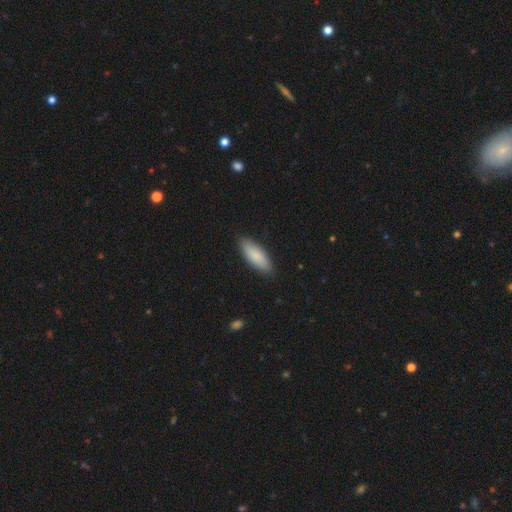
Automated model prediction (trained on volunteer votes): This appears to be a smooth galaxy with no disk features (87%) that is in between round and cigar-shaped (65%). Merging: none (88%).